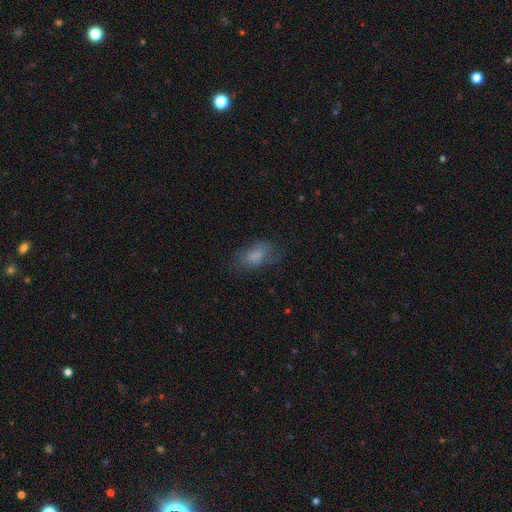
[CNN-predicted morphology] Smooth or featured?
  - smooth: 75% *
  - featured or disk: 15%
  - star or artifact: 10%
How rounded?
  - in between: 89% *
  - round: 7%
  - cigar-shaped: 5%
Merging?
  - none: 60% *
  - minor disturbance: 24%
  - major disturbance: 15%
  - merger: 2%